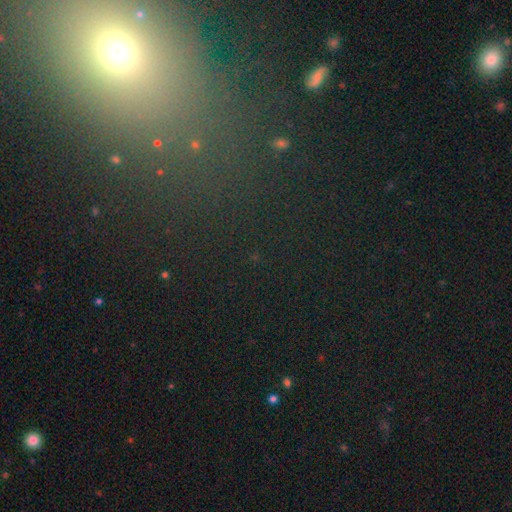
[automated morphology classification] A star or artifact, not a galaxy (71%).